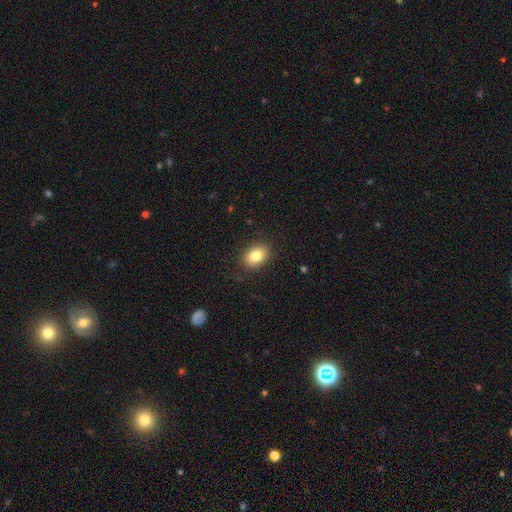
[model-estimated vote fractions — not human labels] Overall: smooth (83%). How rounded: in between (74%). Merging: none (86%).